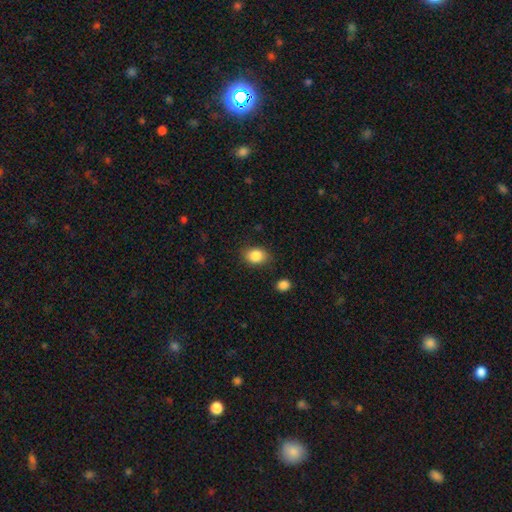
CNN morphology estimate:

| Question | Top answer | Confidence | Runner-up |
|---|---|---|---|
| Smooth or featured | smooth | 86% | star or artifact (9%) |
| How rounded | in between | 58% | round (41%) |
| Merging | none | 81% | minor disturbance (14%) |